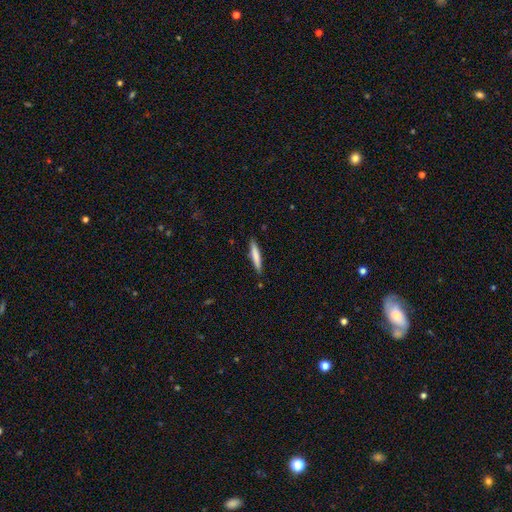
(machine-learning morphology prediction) A smooth galaxy with no disk features (75%) that is cigar-shaped (92%).

Vote fractions:
- Smooth or featured? smooth: 75% / featured or disk: 19% / star or artifact: 6%
- How rounded? cigar-shaped: 92% / in between: 7% / round: 1%
- Merging? none: 88% / minor disturbance: 9% / major disturbance: 2% / merger: 1%